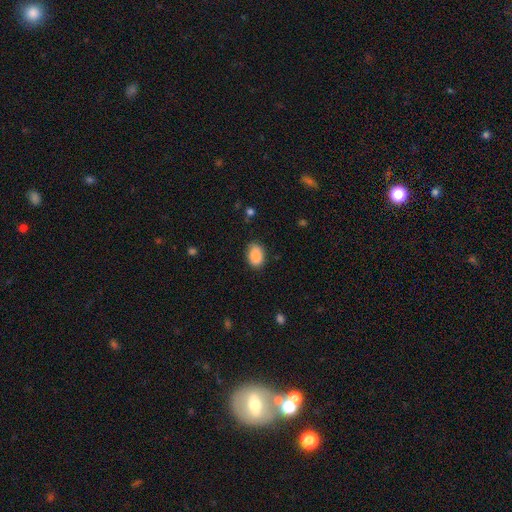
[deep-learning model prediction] Overall: smooth (89%). How rounded: in between (88%). Merging: none (84%).